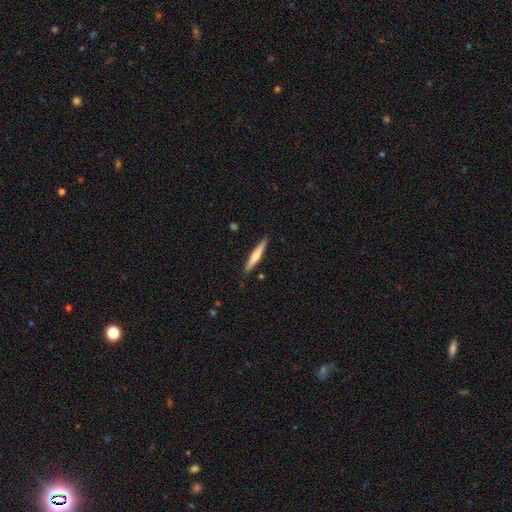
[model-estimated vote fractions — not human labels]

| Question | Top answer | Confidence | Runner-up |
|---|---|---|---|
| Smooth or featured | smooth | 50% | featured or disk (45%) |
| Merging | none | 88% | minor disturbance (9%) |